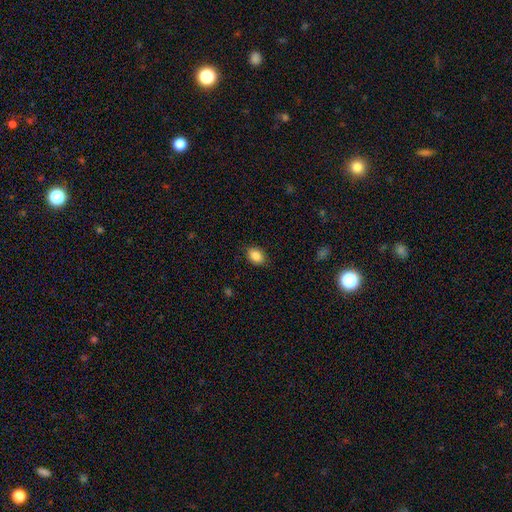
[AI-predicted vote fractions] A smooth galaxy with no disk features (88%) that is in between round and cigar-shaped (81%).

Vote fractions:
- Smooth or featured? smooth: 88% / star or artifact: 8% / featured or disk: 4%
- How rounded? in between: 81% / round: 17% / cigar-shaped: 1%
- Merging? none: 85% / minor disturbance: 11% / major disturbance: 3% / merger: 1%